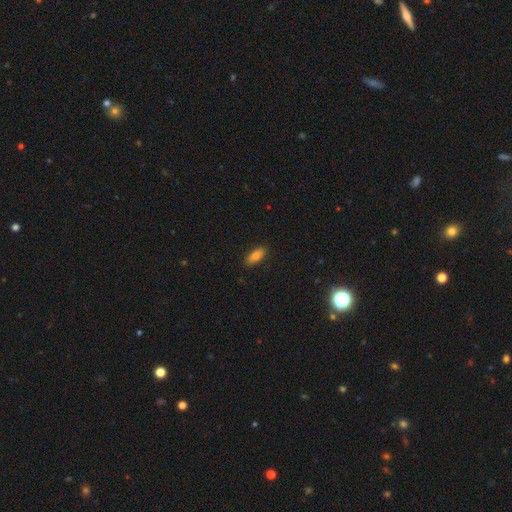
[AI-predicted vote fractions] smooth 82%, featured or disk 11%, star or artifact 8%. Down the decision tree: how rounded — in between (70%); merging — none (87%).